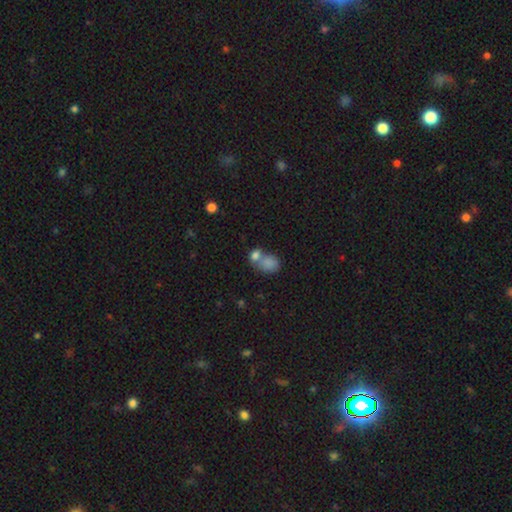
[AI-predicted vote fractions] This is clearly a smooth galaxy (81%). How rounded: possibly in between (54%). Merging: possibly merger (57%).